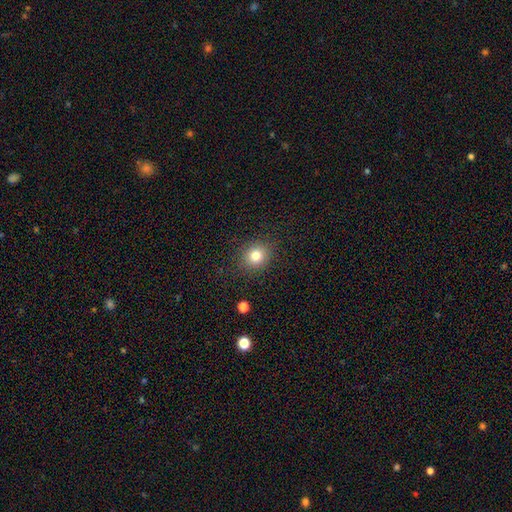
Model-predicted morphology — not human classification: A smooth galaxy with no disk features (80%) that is round (76%).

Vote fractions:
- Smooth or featured? smooth: 80% / star or artifact: 12% / featured or disk: 8%
- How rounded? round: 76% / in between: 23% / cigar-shaped: 1%
- Merging? none: 87% / minor disturbance: 9% / major disturbance: 3% / merger: 1%